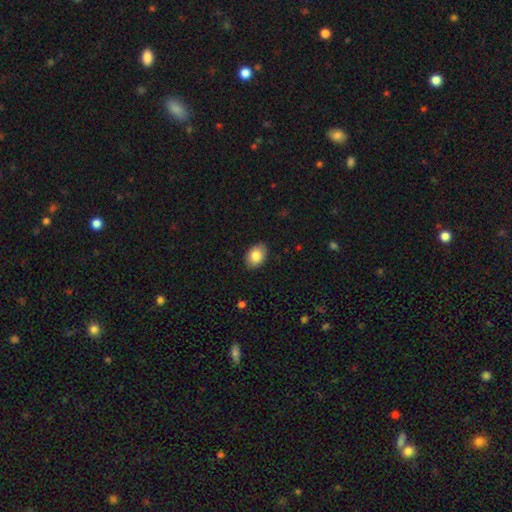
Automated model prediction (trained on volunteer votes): A smooth galaxy with no disk features (85%) that is in between round and cigar-shaped (83%).

Vote fractions:
- Smooth or featured? smooth: 85% / featured or disk: 8% / star or artifact: 7%
- How rounded? in between: 83% / round: 16% / cigar-shaped: 1%
- Merging? none: 88% / minor disturbance: 9% / major disturbance: 2% / merger: 1%